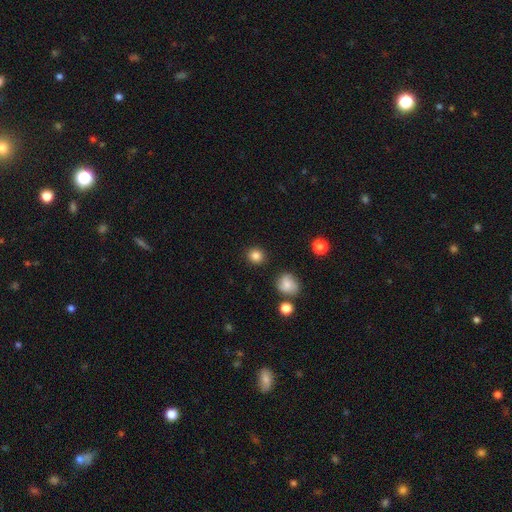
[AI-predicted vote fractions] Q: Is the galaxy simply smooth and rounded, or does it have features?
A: smooth — 85%.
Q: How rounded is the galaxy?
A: round — 87%.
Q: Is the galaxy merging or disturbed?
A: none — 89%.